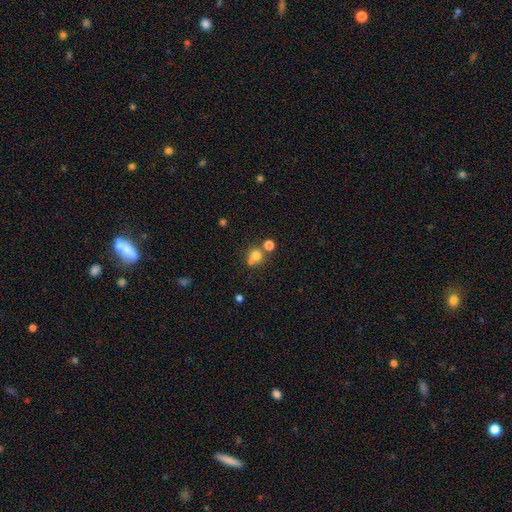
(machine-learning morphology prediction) smooth 72%, star or artifact 16%, featured or disk 12%. Down the decision tree: how rounded — round (83%); merging — none (47%).